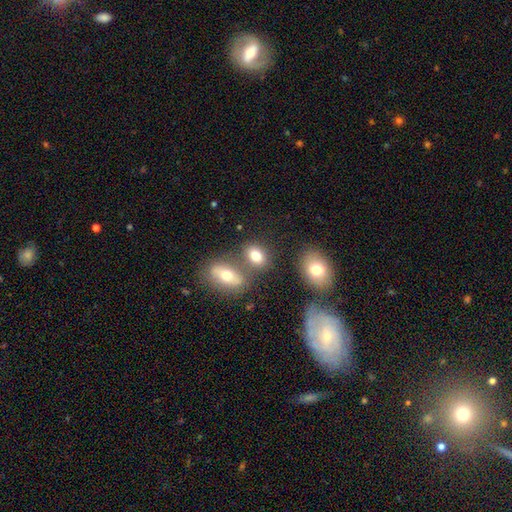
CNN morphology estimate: Smooth or featured? smooth (78%)
How rounded? in between (70%)
Merging? none (62%)